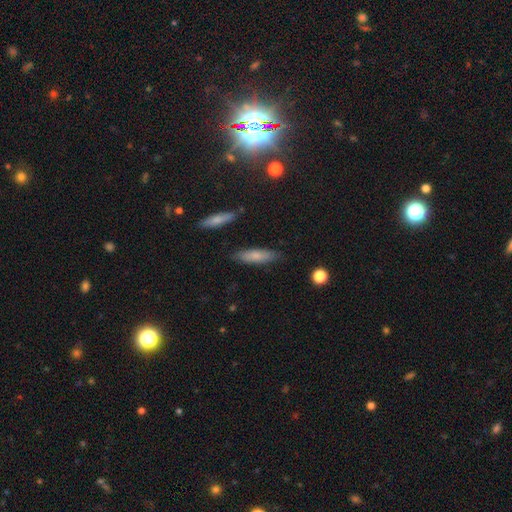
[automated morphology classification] Overall: smooth (76%). How rounded: cigar-shaped (60%; in between 38%). Merging: none (84%).